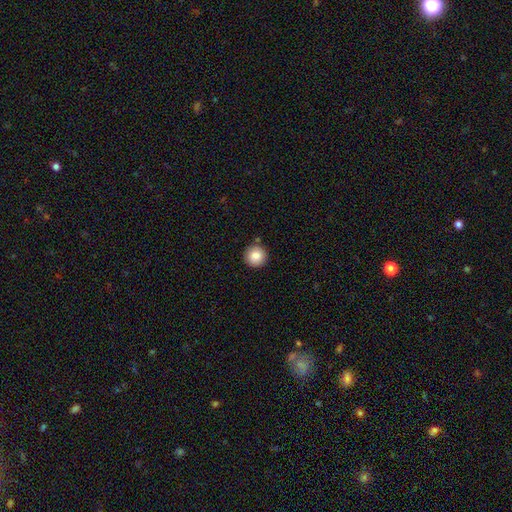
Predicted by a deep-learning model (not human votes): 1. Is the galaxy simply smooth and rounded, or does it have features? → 85% smooth, 9% star or artifact, 6% featured or disk.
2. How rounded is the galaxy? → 95% round, 4% in between, 1% cigar-shaped.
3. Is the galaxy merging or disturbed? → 88% none, 8% minor disturbance, 3% merger, 2% major disturbance.